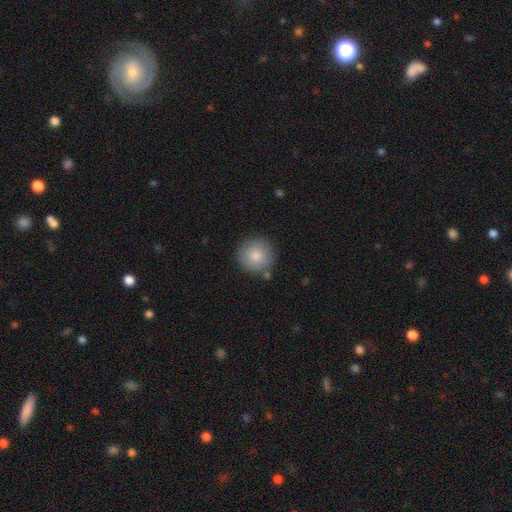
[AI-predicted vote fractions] Smooth or featured?
  - smooth: 84% *
  - featured or disk: 9%
  - star or artifact: 7%
How rounded?
  - round: 95% *
  - in between: 4%
  - cigar-shaped: 1%
Merging?
  - none: 81% *
  - minor disturbance: 11%
  - merger: 5%
  - major disturbance: 3%